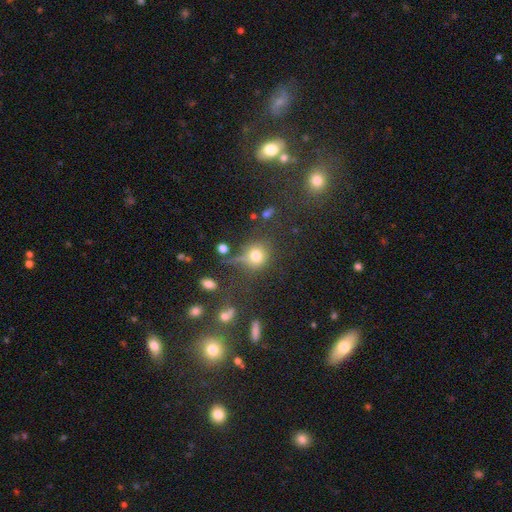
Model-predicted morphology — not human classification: Smooth or featured? Predicted: smooth (p=0.73). How rounded? Predicted: round (p=0.80). Merging? Predicted: none (p=0.57).